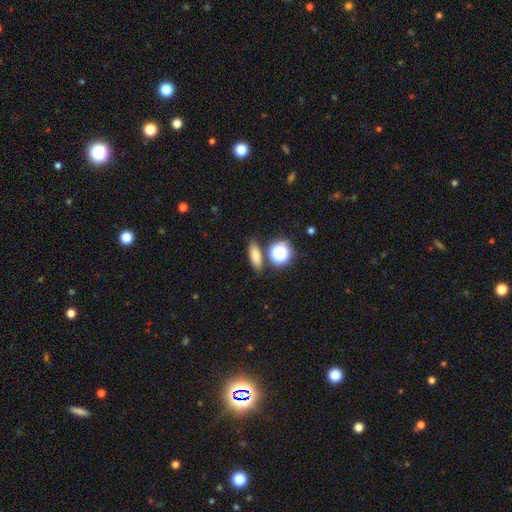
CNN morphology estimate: smooth_or_featured: smooth (p=0.75) [alt: star or artifact p=0.16]
how_rounded: in between (p=0.57) [alt: cigar-shaped p=0.24]
merging: none (p=0.77) [alt: minor disturbance p=0.11]